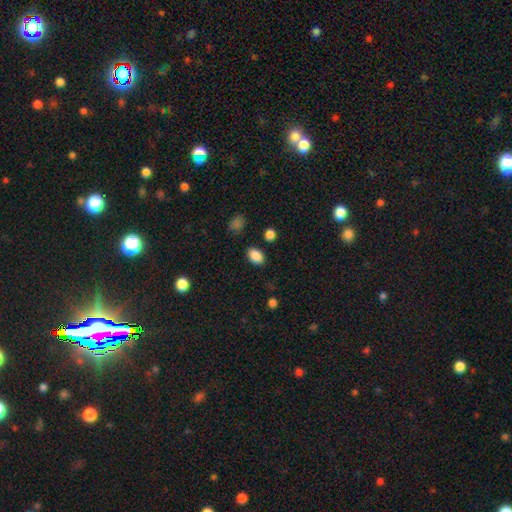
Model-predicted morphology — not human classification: Smooth or featured?
  - smooth: 87% *
  - star or artifact: 9%
  - featured or disk: 4%
How rounded?
  - in between: 80% *
  - round: 18%
  - cigar-shaped: 1%
Merging?
  - none: 85% *
  - minor disturbance: 10%
  - major disturbance: 3%
  - merger: 3%